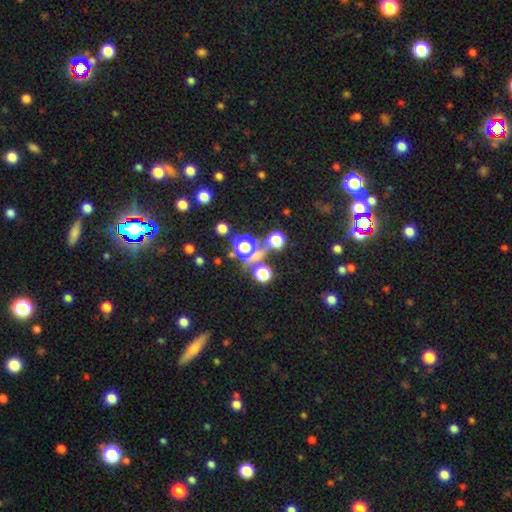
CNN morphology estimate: This is marginally a star or artifact rather than a galaxy (45%).